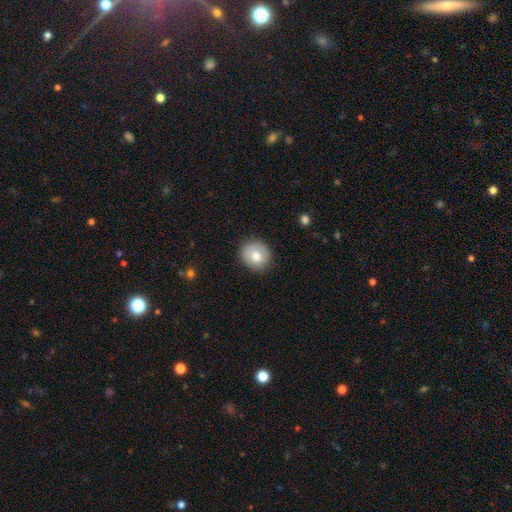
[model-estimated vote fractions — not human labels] smooth-or-featured: smooth: 77% | featured or disk: 15% | star or artifact: 8%
  how-rounded: round: 83% | in between: 16% | cigar-shaped: 1%
  merging: none: 85% | minor disturbance: 11% | major disturbance: 3% | merger: 1%